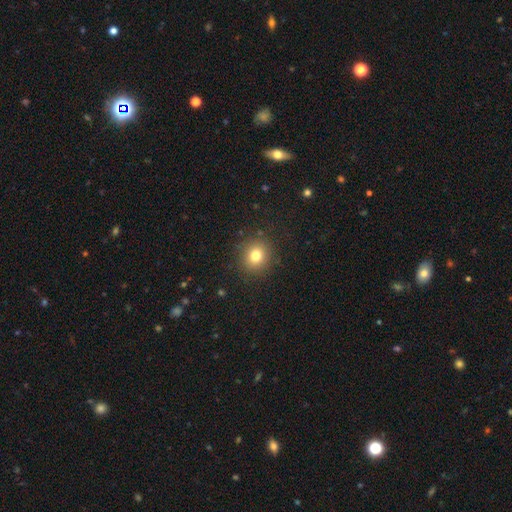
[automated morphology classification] This is likely a smooth galaxy (78%). How rounded: clearly round (84%). Merging: clearly none (88%).